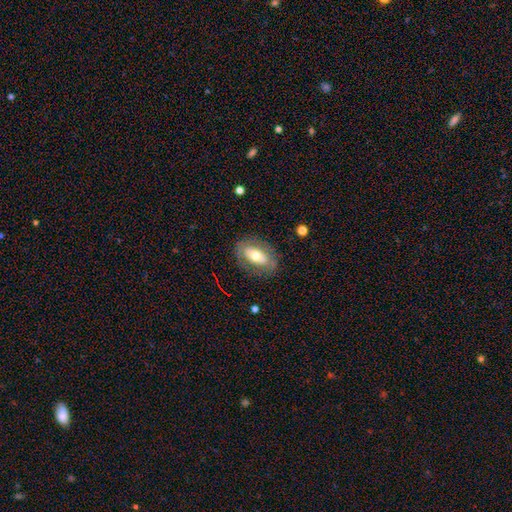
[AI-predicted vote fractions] smooth-or-featured: smooth: 51% | featured or disk: 42% | star or artifact: 7%
  how-rounded: in between: 88% | round: 8% | cigar-shaped: 4%
  merging: none: 78% | minor disturbance: 14% | major disturbance: 7% | merger: 1%